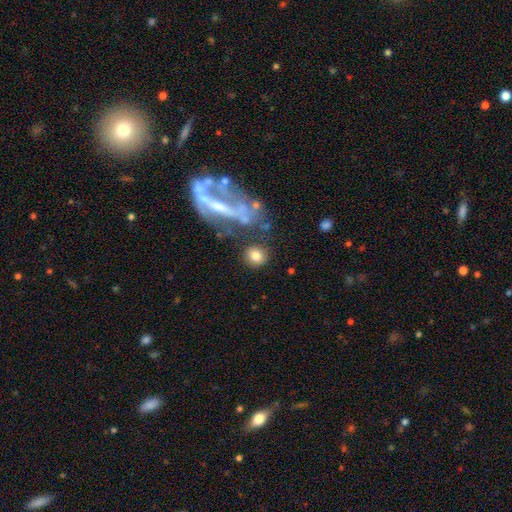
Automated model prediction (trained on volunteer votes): This is likely a smooth galaxy (76%). How rounded: clearly round (81%). Merging: likely none (72%).